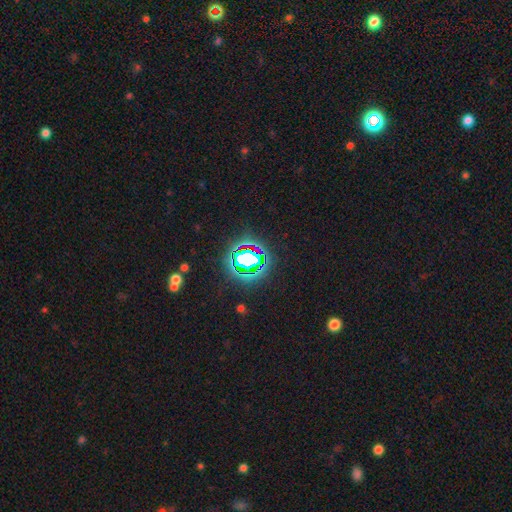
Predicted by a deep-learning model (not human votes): smooth-or-featured: star or artifact: 69% | smooth: 19% | featured or disk: 12%